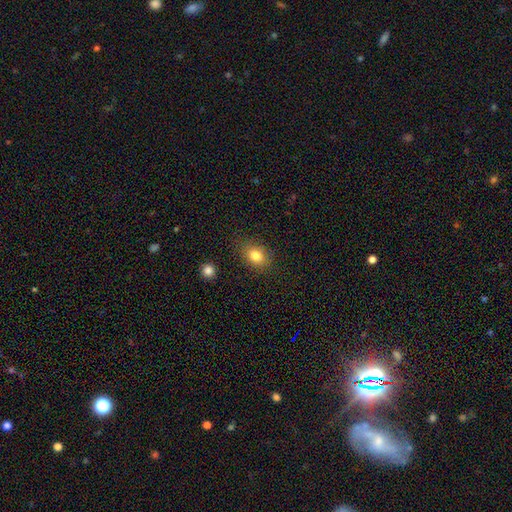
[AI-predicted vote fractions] Smooth or featured? Predicted: smooth (p=0.81). How rounded? Predicted: in between (p=0.67). Merging? Predicted: none (p=0.82).